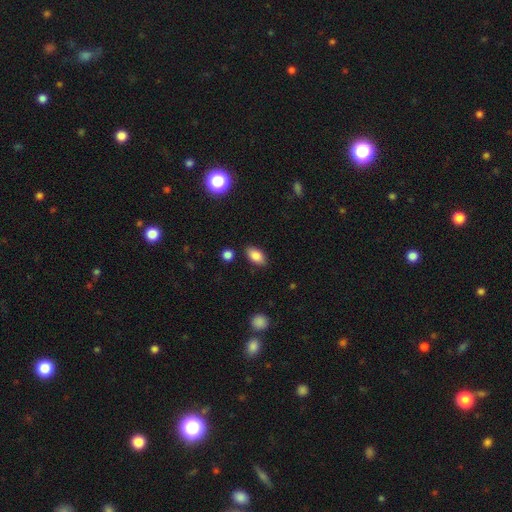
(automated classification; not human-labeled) Smooth or featured? Predicted: smooth (p=0.85). How rounded? Predicted: in between (p=0.91). Merging? Predicted: none (p=0.85).